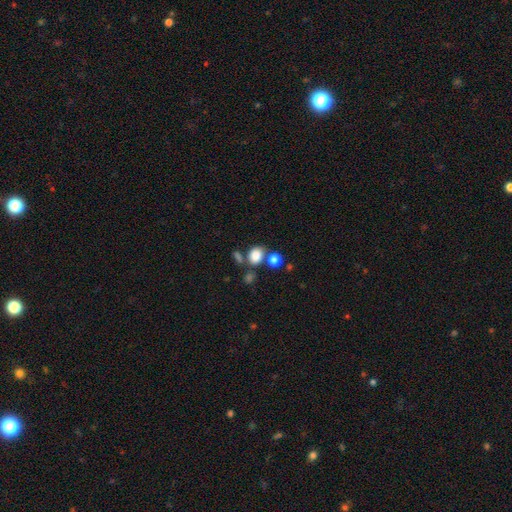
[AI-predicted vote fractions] smooth_or_featured: smooth (p=0.82) [alt: star or artifact p=0.12]
how_rounded: in between (p=0.50) [alt: round p=0.49]
merging: none (p=0.61) [alt: merger p=0.22]